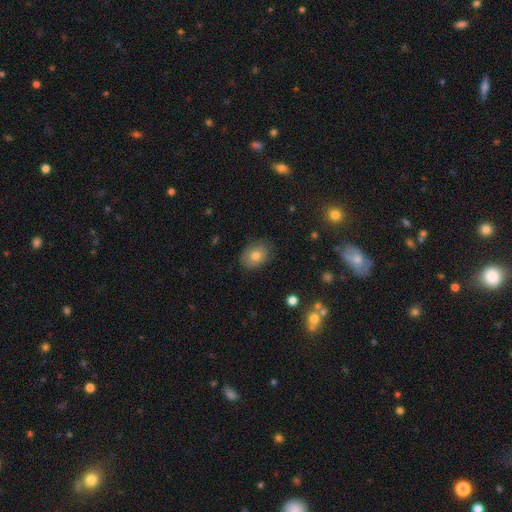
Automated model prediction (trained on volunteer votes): Smooth or featured?
  - smooth: 74% *
  - featured or disk: 16%
  - star or artifact: 9%
How rounded?
  - in between: 69% *
  - round: 30%
  - cigar-shaped: 1%
Merging?
  - none: 79% *
  - minor disturbance: 16%
  - major disturbance: 4%
  - merger: 1%